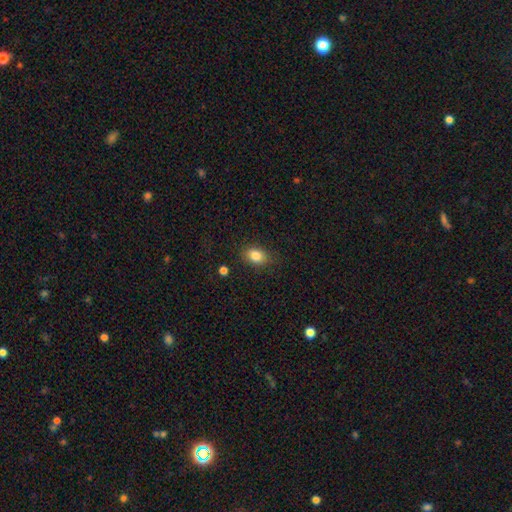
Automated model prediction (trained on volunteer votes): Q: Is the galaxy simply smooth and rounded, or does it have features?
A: smooth — 84%.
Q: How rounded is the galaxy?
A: in between — 74%.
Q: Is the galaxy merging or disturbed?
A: none — 82%.